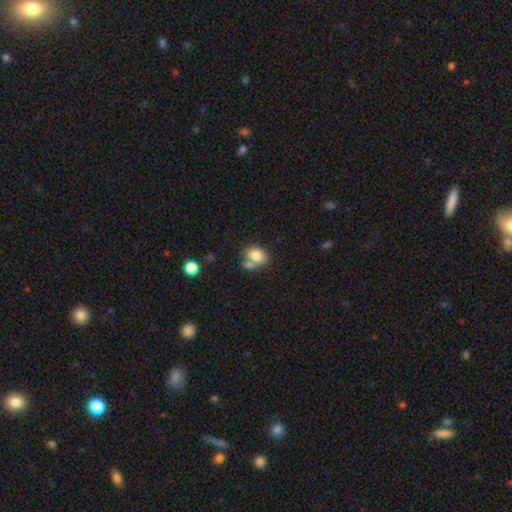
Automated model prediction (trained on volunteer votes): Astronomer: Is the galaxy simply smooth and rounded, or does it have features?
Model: smooth — 81%.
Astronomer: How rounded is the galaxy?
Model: in between — 61% (runner-up: round, 38%).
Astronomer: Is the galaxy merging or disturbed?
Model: none — 46% (runner-up: merger, 36%).